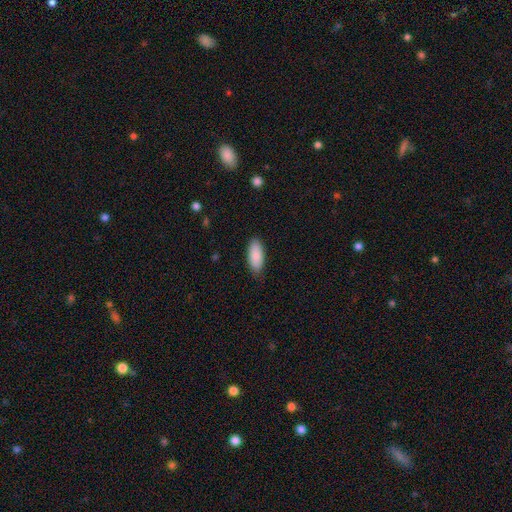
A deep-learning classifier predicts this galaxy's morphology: smooth_or_featured: smooth (p=0.87) [alt: featured or disk p=0.07]
how_rounded: in between (p=0.87) [alt: cigar-shaped p=0.12]
merging: none (p=0.84) [alt: minor disturbance p=0.13]